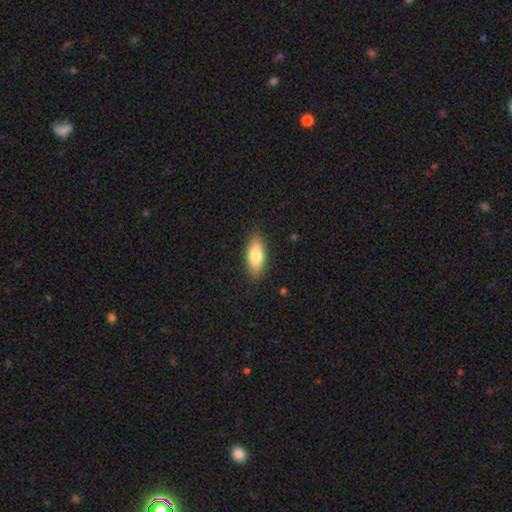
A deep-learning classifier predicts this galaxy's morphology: Smooth or featured? Predicted: smooth (p=0.78). How rounded? Predicted: in between (p=0.82). Merging? Predicted: none (p=0.87).